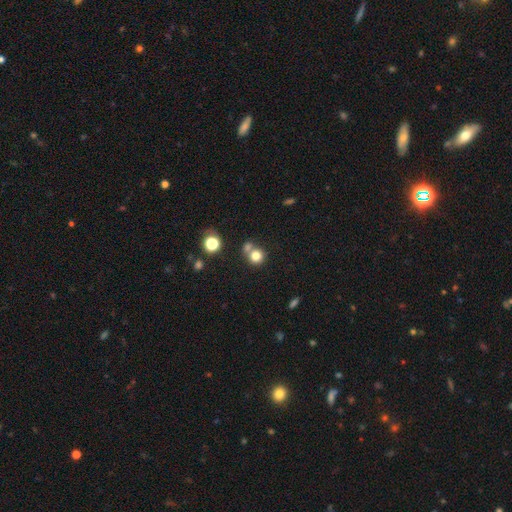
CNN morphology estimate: Overall: smooth (77%). How rounded: round (87%). Merging: none (53%; merger 34%).